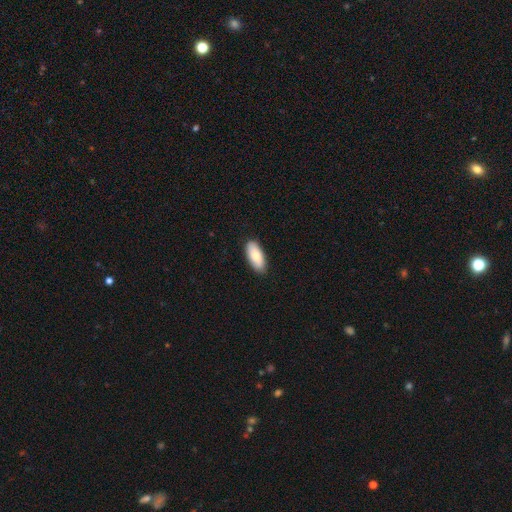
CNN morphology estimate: Smooth or featured: smooth — 82% (featured or disk — 13%)
How rounded: in between — 85% (cigar-shaped — 13%)
Merging: none — 89% (minor disturbance — 9%)